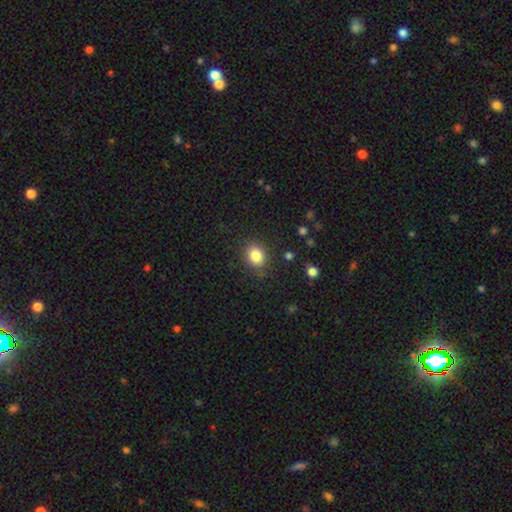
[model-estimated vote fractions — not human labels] Smooth or featured? smooth (84%)
How rounded? round (59%)
Merging? none (85%)